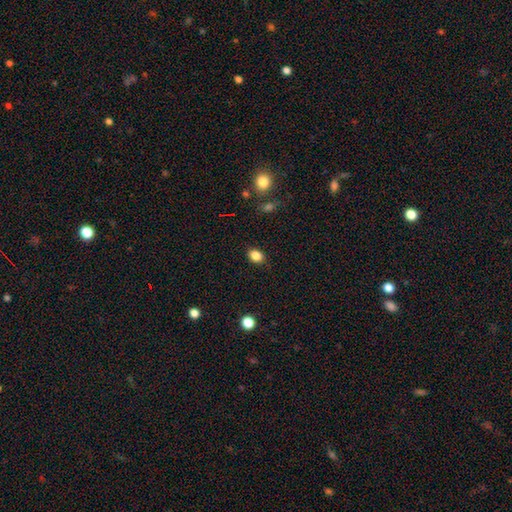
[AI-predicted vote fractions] smooth_or_featured: smooth (p=0.85) [alt: star or artifact p=0.11]
how_rounded: in between (p=0.66) [alt: round p=0.32]
merging: none (p=0.86) [alt: minor disturbance p=0.10]